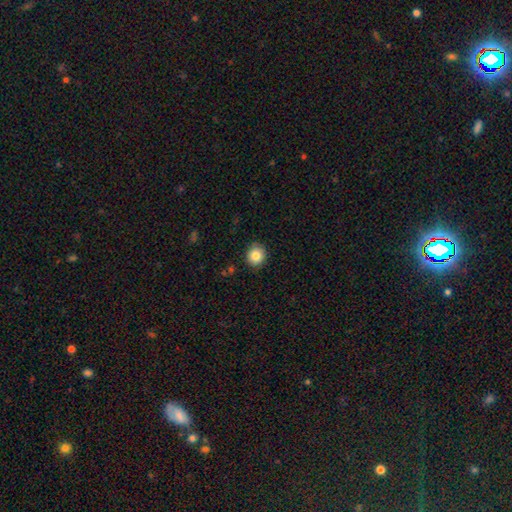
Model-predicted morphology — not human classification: smooth 83%, star or artifact 9%, featured or disk 7%. Down the decision tree: how rounded — round (84%); merging — none (88%).